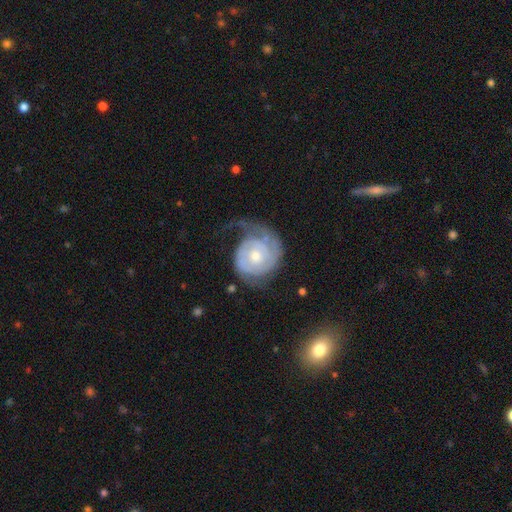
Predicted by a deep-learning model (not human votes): A featured or disk galaxy (83%) with no bar (72%), 2 (46%) tight (60%) spiral arms (94%) and a moderate central bulge (55%).

Vote fractions:
- Smooth or featured? featured or disk: 83% / smooth: 13% / star or artifact: 5%
- Edge-on disk? no: 98% / yes: 2%
- Bar? no: 72% / weak: 24% / strong: 4%
- Spiral arms? yes: 94% / no: 6%
- Spiral winding? tight: 60% / medium: 26% / loose: 14%
- Spiral arm count? 2: 46% / 1: 23% / can't tell: 17% / 3: 8% / 4: 3% / more than 4: 3%
- Bulge size? moderate: 55% / small: 38% / large: 4% / none: 2% / dominant: 1%
- Merging? none: 49% / major disturbance: 26% / minor disturbance: 22% / merger: 2%